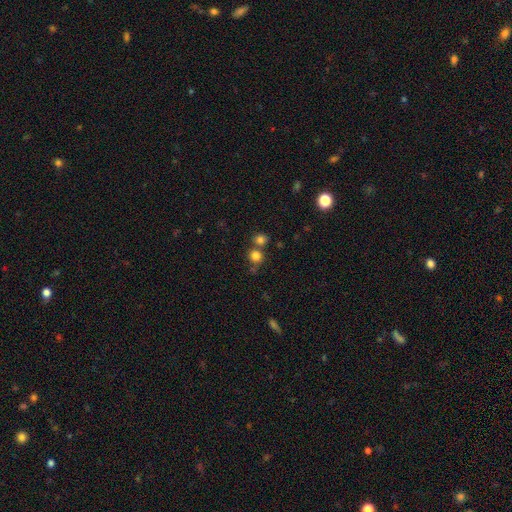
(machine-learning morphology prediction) smooth-or-featured: smooth: 79% | star or artifact: 14% | featured or disk: 6%
  how-rounded: round: 89% | in between: 10% | cigar-shaped: 1%
  merging: none: 63% | merger: 25% | minor disturbance: 8% | major disturbance: 3%